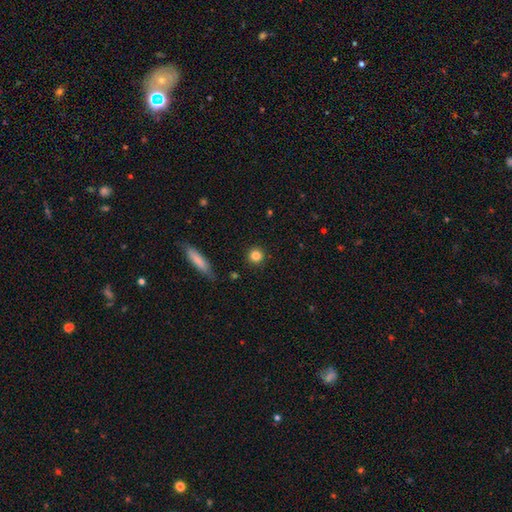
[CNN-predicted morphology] This appears to be a smooth galaxy with no disk features (84%) that is round (93%). Merging: none (90%).